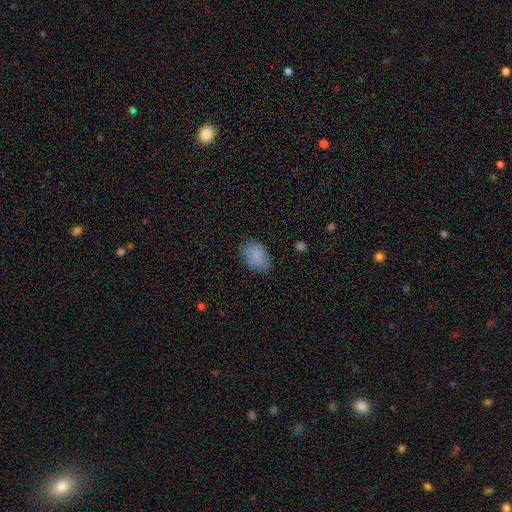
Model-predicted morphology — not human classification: Smooth or featured: smooth — 85% (star or artifact — 8%)
How rounded: in between — 84% (round — 14%)
Merging: none — 79% (minor disturbance — 16%)